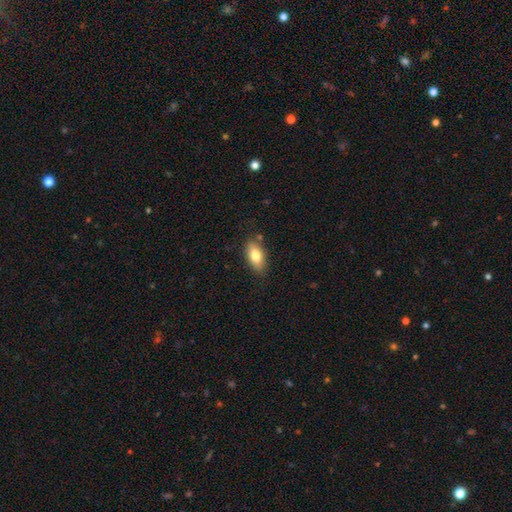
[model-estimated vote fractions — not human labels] Smooth or featured: smooth — 75% (featured or disk — 17%)
How rounded: in between — 85% (cigar-shaped — 10%)
Merging: none — 81% (minor disturbance — 14%)